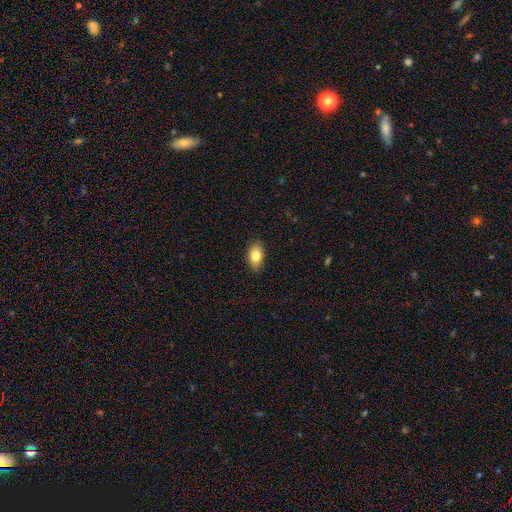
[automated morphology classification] type=smooth (81%); roundness=in between (89%); merging=none (86%).